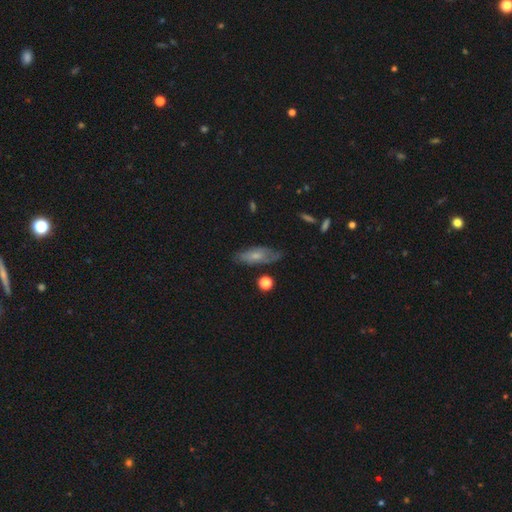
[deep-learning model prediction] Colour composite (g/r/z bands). It shows a smooth galaxy with no disk features (57%) that is in between round and cigar-shaped (72%). Merging: none (63%).